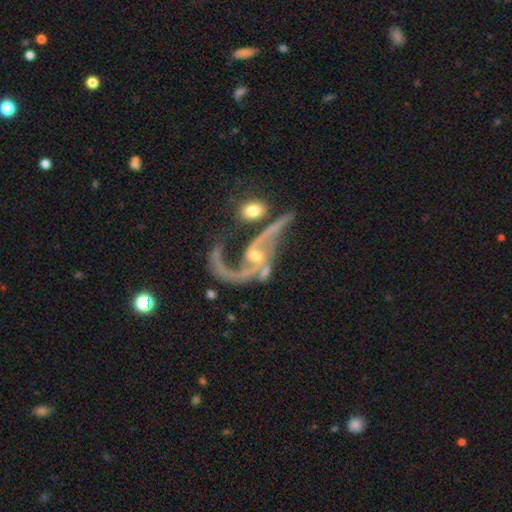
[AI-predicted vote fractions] This is clearly a featured or disk galaxy (84%). It is clearly not viewed edge-on (93%). Bar: possibly no (58%). Spiral arm pattern: clearly yes (86%). Spiral arm count: likely 2 (72%). Spiral winding: likely loose (77%). Central bulge: possibly small (54%). Merging: marginally merger (36%).